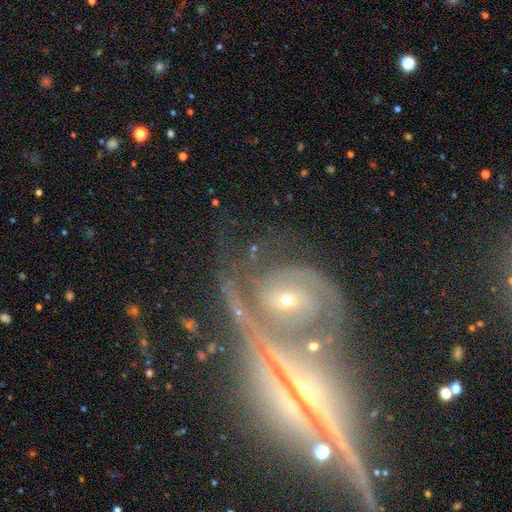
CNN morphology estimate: Smooth or featured?
  - featured or disk: 79% *
  - star or artifact: 13%
  - smooth: 8%
Edge-on disk?
  - no: 85% *
  - yes: 15%
Bar?
  - no: 58% *
  - weak: 24%
  - strong: 18%
Spiral arms?
  - yes: 89% *
  - no: 11%
Spiral winding?
  - tight: 61% *
  - medium: 30%
  - loose: 9%
Spiral arm count?
  - 2: 46% *
  - can't tell: 25%
  - 3: 12%
  - 1: 6%
  - 4: 6%
  - more than 4: 5%
Bulge size?
  - small: 57% *
  - moderate: 37%
  - large: 3%
  - none: 2%
  - dominant: 1%
Merging?
  - none: 48% *
  - merger: 23%
  - minor disturbance: 17%
  - major disturbance: 13%